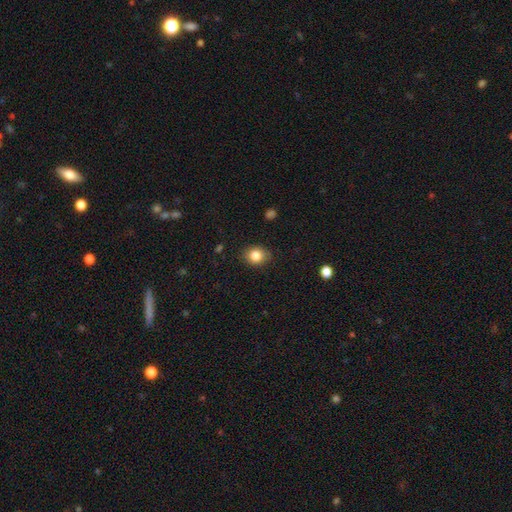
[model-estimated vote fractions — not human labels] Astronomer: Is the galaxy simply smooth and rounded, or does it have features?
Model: smooth — 84%.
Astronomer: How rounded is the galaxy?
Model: round — 54% (runner-up: in between, 45%).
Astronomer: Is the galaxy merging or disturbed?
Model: none — 84%.